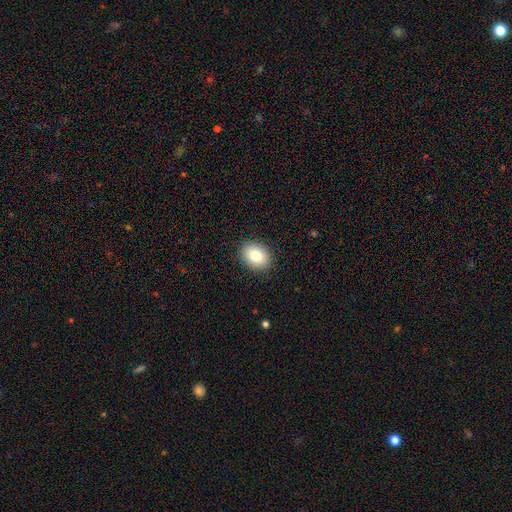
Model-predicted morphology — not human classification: Smooth or featured? smooth (83%)
How rounded? in between (63%)
Merging? none (89%)